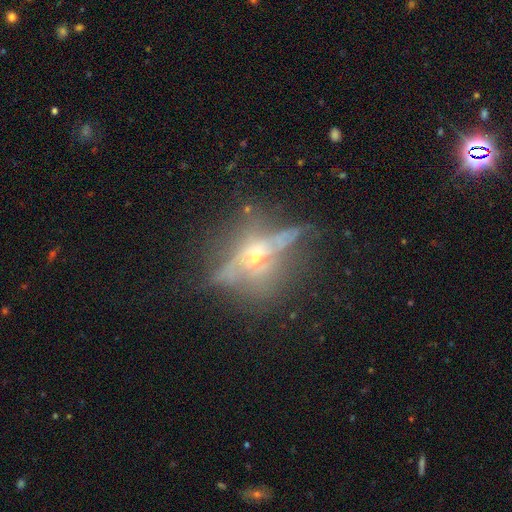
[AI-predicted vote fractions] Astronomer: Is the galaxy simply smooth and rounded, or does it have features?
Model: featured or disk — 74%.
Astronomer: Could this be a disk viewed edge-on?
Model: yes — 76%.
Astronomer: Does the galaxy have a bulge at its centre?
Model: rounded — 93%.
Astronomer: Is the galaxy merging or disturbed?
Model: none — 64%.